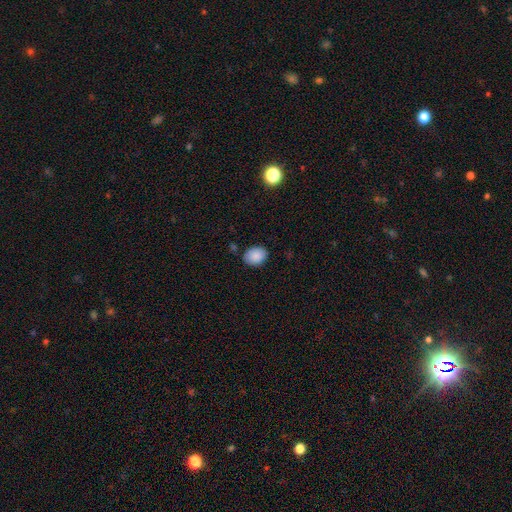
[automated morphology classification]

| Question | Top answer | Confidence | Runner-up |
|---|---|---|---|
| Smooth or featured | smooth | 88% | star or artifact (8%) |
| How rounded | in between | 63% | round (36%) |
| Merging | none | 82% | minor disturbance (13%) |